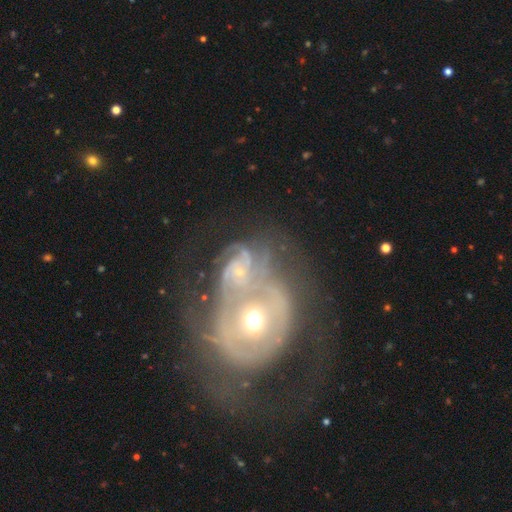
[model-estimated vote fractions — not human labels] This is likely a featured or disk galaxy (78%). It is clearly not viewed edge-on (97%). Bar: likely no (72%). Spiral arm pattern: likely yes (77%). Spiral arm count: marginally can't tell (40%). Spiral winding: possibly tight (51%). Central bulge: possibly moderate (48%). Merging: likely merger (64%).